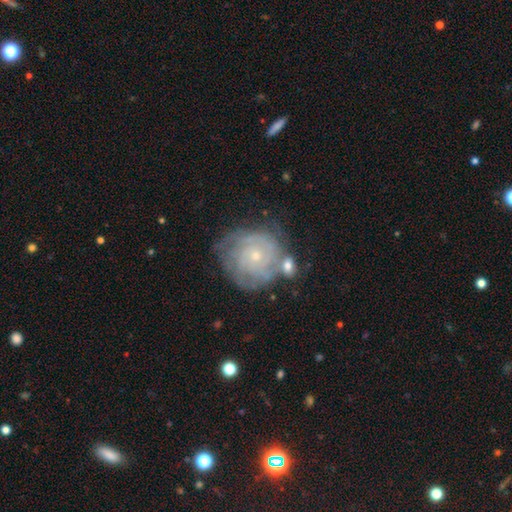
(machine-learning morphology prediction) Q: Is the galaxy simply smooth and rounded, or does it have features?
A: featured or disk — 76%.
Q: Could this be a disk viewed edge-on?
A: no — 98%.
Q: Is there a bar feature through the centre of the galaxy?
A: no — 82%.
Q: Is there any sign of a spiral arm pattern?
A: yes — 90%.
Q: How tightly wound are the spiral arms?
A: tight — 75%.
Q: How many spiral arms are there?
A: can't tell — 43%.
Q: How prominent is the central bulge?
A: small — 76%.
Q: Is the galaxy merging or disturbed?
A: none — 63%.